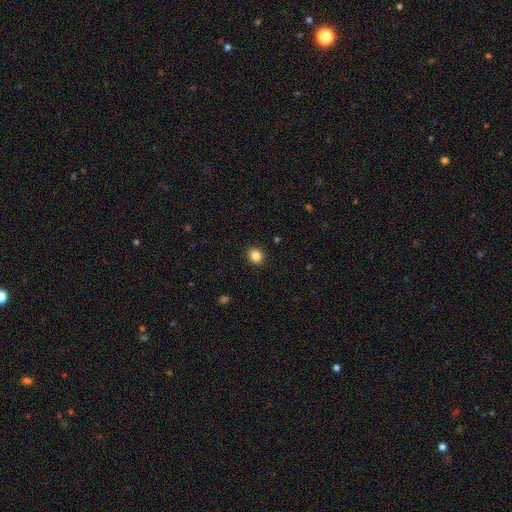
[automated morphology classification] The model was most divided on "how rounded": round: 80%, in between: 19%, cigar-shaped: 1%. More confident: merging — none (92%); smooth or featured — smooth (84%).